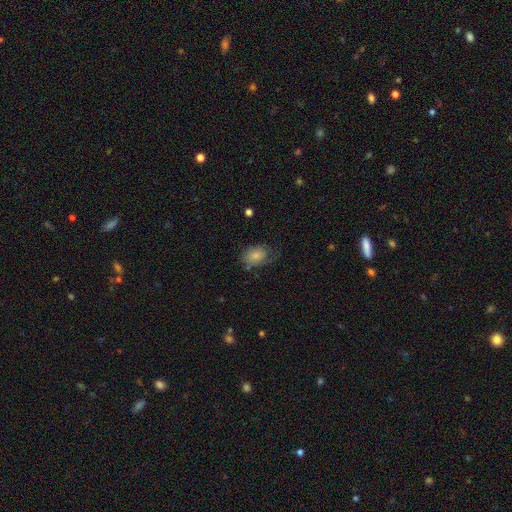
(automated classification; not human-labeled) smooth 78%, featured or disk 14%, star or artifact 8%. Down the decision tree: how rounded — in between (74%); merging — none (54%).